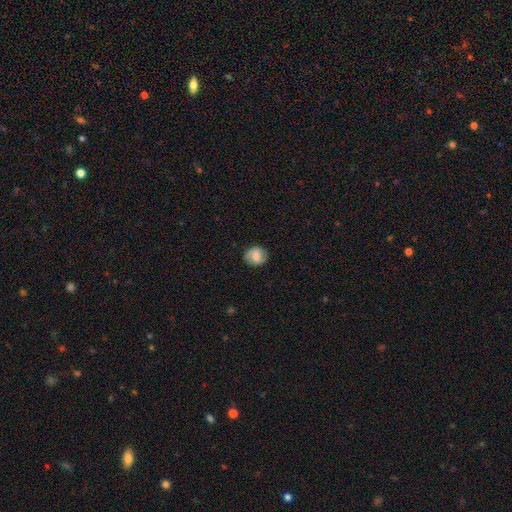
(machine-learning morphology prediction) Q: Smooth or featured?
A: smooth (54%); runner-up: featured or disk (38%)
Q: How rounded?
A: round (74%); runner-up: in between (25%)
Q: Merging?
A: none (84%); runner-up: minor disturbance (12%)